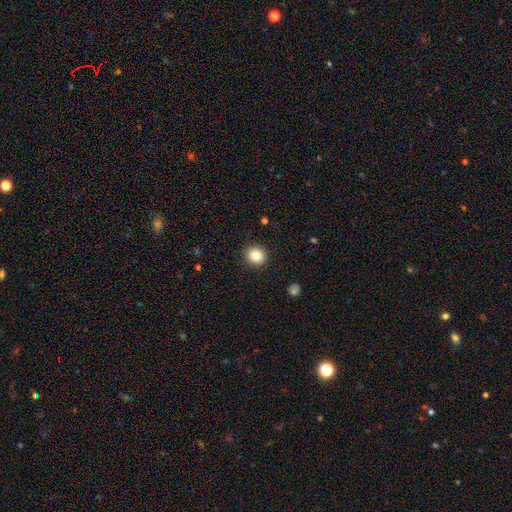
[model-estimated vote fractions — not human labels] Smooth or featured: smooth — 84% (star or artifact — 10%)
How rounded: round — 83% (in between — 16%)
Merging: none — 91% (minor disturbance — 6%)